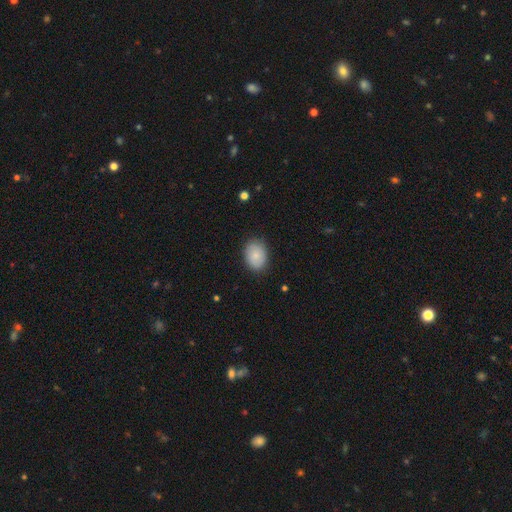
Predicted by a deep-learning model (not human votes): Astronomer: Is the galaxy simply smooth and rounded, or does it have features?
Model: smooth — 85%.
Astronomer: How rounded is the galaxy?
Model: in between — 70%.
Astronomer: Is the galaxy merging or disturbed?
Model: none — 84%.